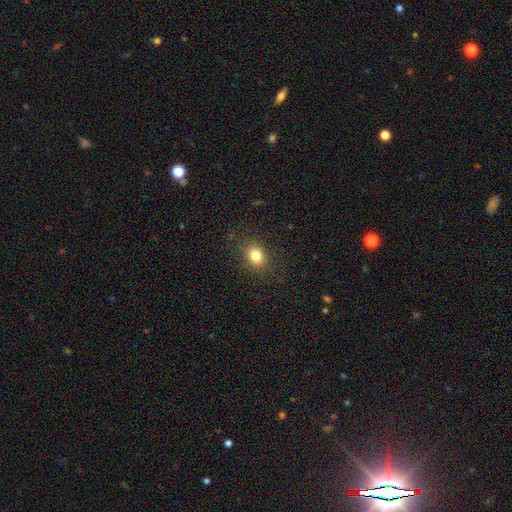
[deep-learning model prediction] smooth 82%, star or artifact 12%, featured or disk 6%. Down the decision tree: how rounded — round (56%); merging — none (86%).